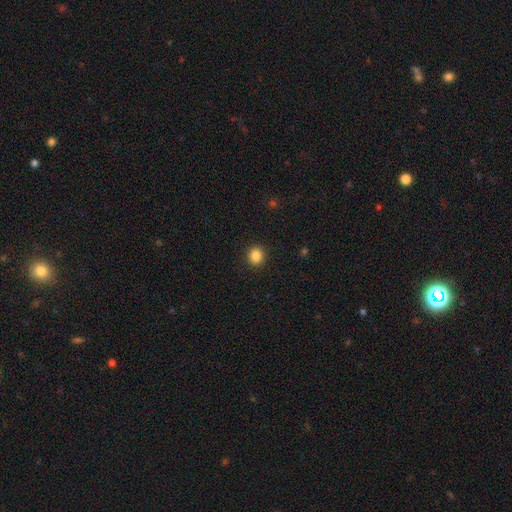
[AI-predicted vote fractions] Smooth or featured: smooth — 85% (star or artifact — 11%)
How rounded: round — 82% (in between — 18%)
Merging: none — 92% (minor disturbance — 5%)